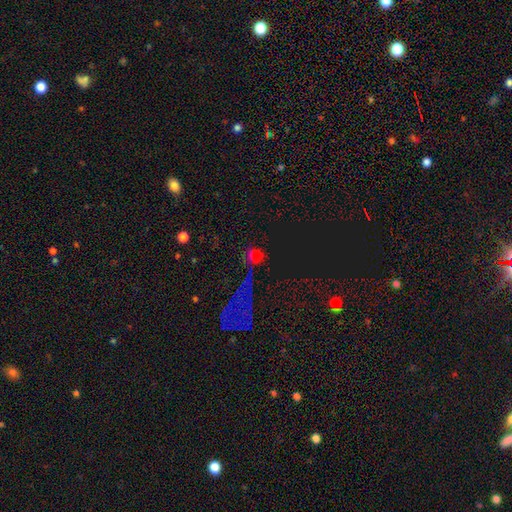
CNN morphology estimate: smooth_or_featured: star or artifact (p=0.54) [alt: smooth p=0.35]